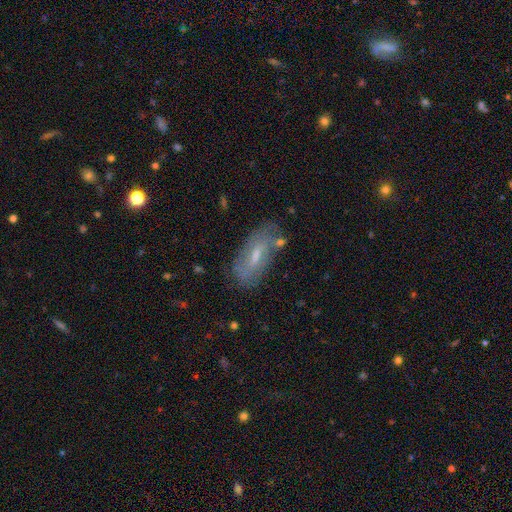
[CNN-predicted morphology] Q: Smooth or featured?
A: featured or disk (53%); runner-up: smooth (39%)
Q: Edge-on disk?
A: no (82%); runner-up: yes (18%)
Q: Merging?
A: none (69%); runner-up: minor disturbance (20%)